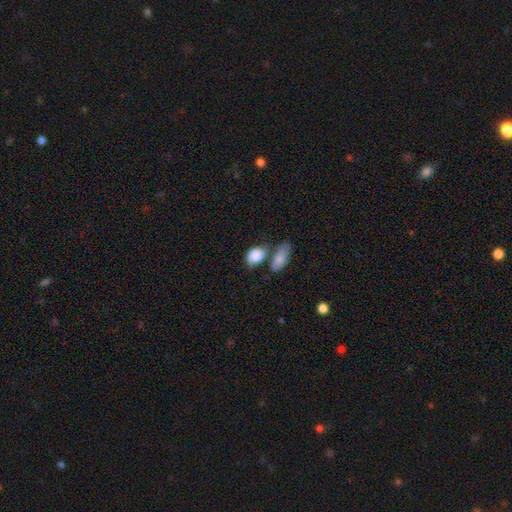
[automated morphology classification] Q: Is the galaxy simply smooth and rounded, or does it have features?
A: smooth — 80%.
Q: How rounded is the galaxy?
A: in between — 70%.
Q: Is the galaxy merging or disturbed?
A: none — 37%.